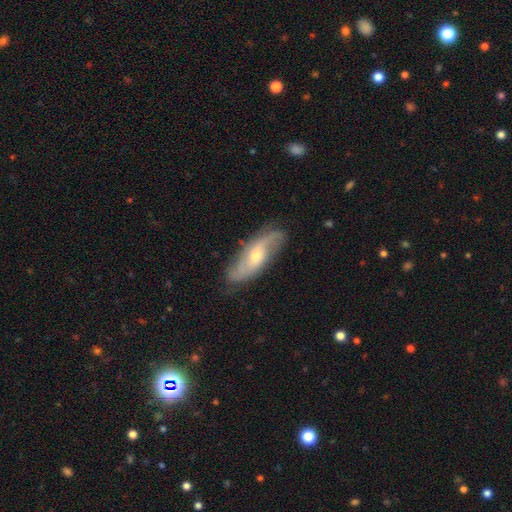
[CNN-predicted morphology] Smooth or featured? Predicted: featured or disk (p=0.75). Edge-on disk? Predicted: no (p=0.84). Bar? Predicted: no (p=0.57). Spiral arms? Predicted: yes (p=0.91). Spiral winding? Predicted: loose (p=0.44). Spiral arm count? Predicted: 2 (p=0.78). Bulge size? Predicted: moderate (p=0.52). Merging? Predicted: none (p=0.79).